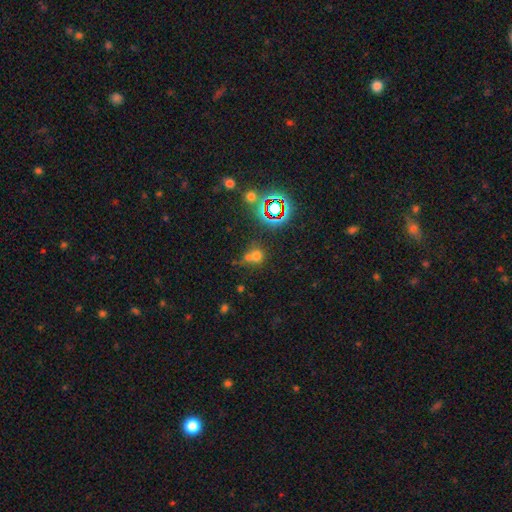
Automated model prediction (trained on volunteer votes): smooth_or_featured: smooth (p=0.58) [alt: star or artifact p=0.30]
how_rounded: round (p=0.80) [alt: in between p=0.18]
merging: none (p=0.46) [alt: merger p=0.38]